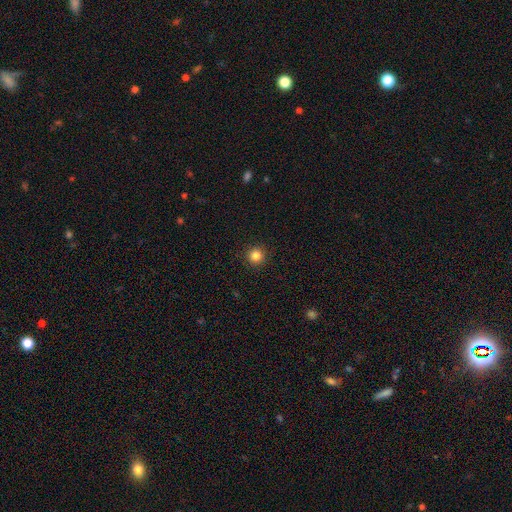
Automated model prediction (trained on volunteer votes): This appears to be a smooth galaxy with no disk features (84%) that is round (96%). Merging: none (93%).